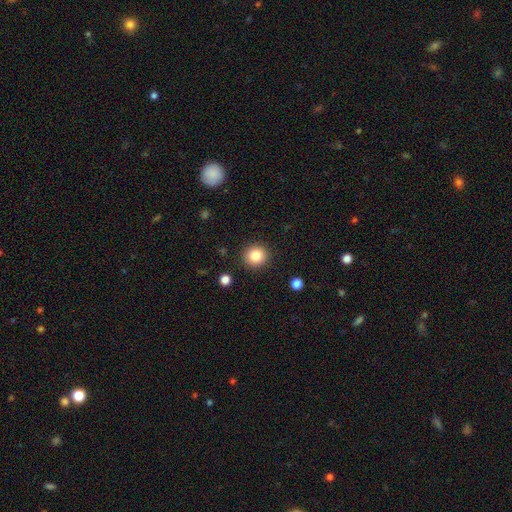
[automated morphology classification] type=smooth (84%); roundness=round (92%); merging=none (91%).